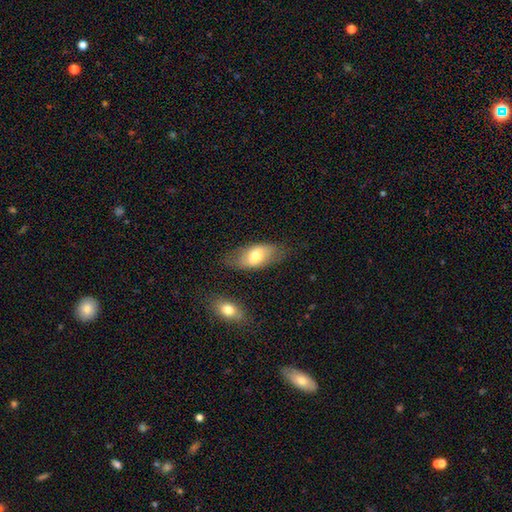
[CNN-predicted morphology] smooth-or-featured: smooth: 65% | featured or disk: 28% | star or artifact: 6%
  how-rounded: in between: 91% | cigar-shaped: 5% | round: 4%
  merging: none: 72% | minor disturbance: 20% | major disturbance: 6% | merger: 3%